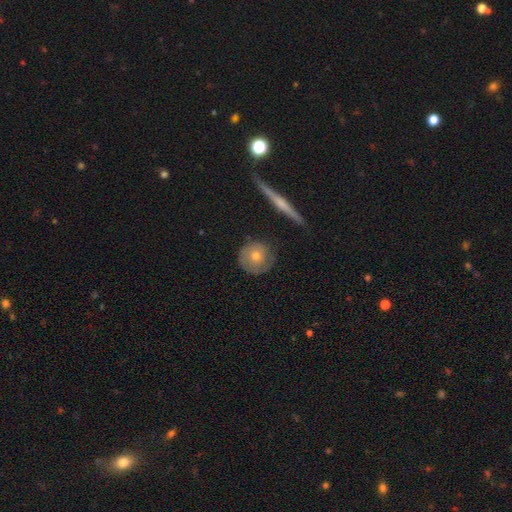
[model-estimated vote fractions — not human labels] A featured or disk galaxy (48%). Merging: none (78%).